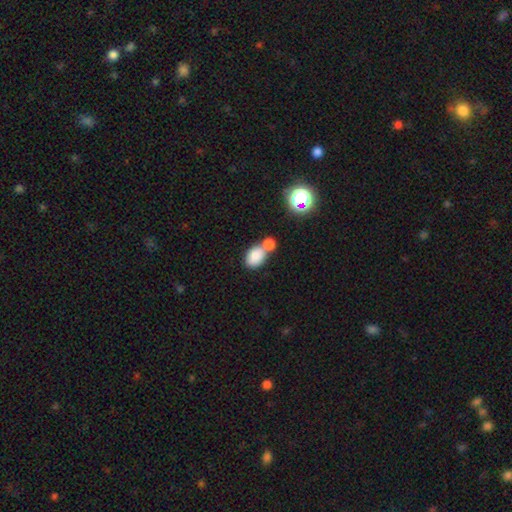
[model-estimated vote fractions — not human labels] The model was most divided on "merging": merger: 45%, none: 39%, minor disturbance: 11%, major disturbance: 4%. More confident: how rounded — in between (83%); smooth or featured — smooth (82%).